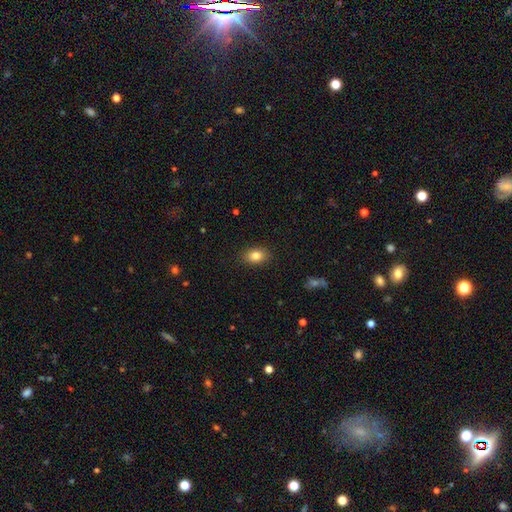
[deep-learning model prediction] Smooth or featured?
  - smooth: 84% *
  - star or artifact: 9%
  - featured or disk: 8%
How rounded?
  - in between: 82% *
  - round: 17%
  - cigar-shaped: 1%
Merging?
  - none: 88% *
  - minor disturbance: 8%
  - major disturbance: 2%
  - merger: 1%